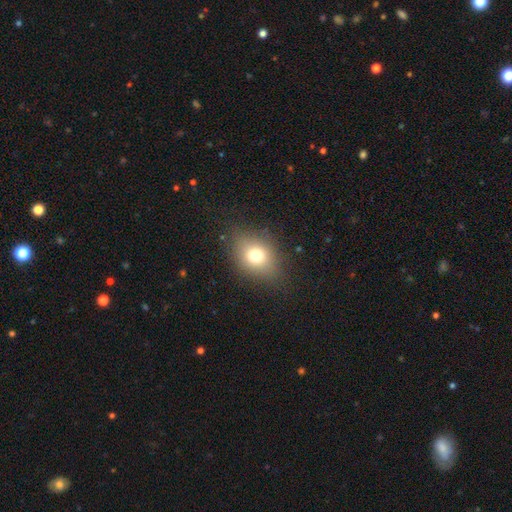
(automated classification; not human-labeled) smooth-or-featured: smooth: 74% | featured or disk: 13% | star or artifact: 13%
  how-rounded: in between: 58% | round: 40% | cigar-shaped: 1%
  merging: none: 80% | minor disturbance: 14% | major disturbance: 5% | merger: 1%